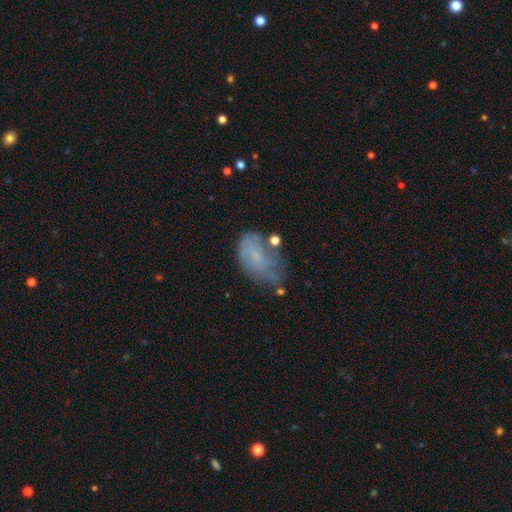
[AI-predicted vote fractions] smooth_or_featured: smooth (p=0.53) [alt: featured or disk p=0.36]
how_rounded: in between (p=0.86) [alt: round p=0.12]
merging: none (p=0.41) [alt: minor disturbance p=0.32]